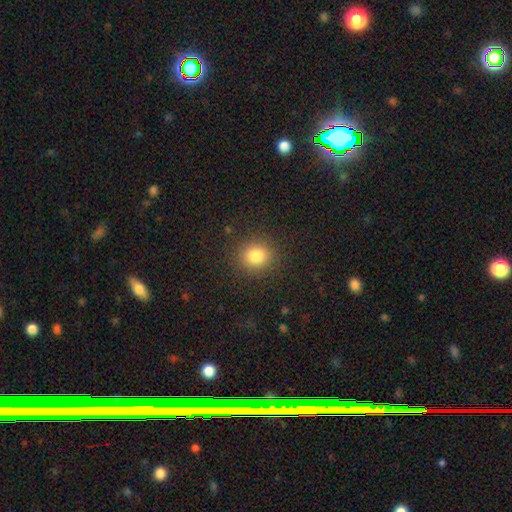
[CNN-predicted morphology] smooth-or-featured: smooth: 83% | star or artifact: 12% | featured or disk: 5%
  how-rounded: round: 87% | in between: 12% | cigar-shaped: 1%
  merging: none: 89% | minor disturbance: 7% | major disturbance: 3% | merger: 1%